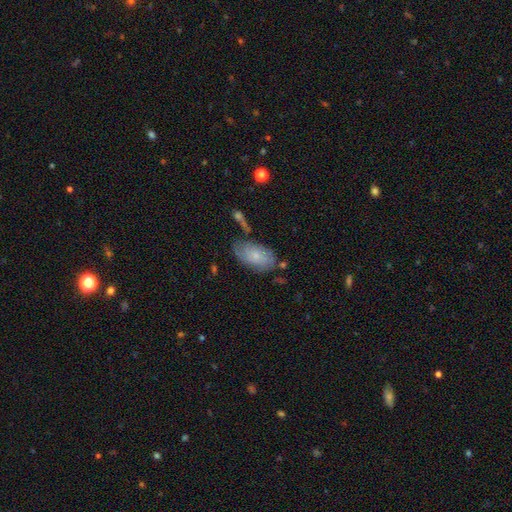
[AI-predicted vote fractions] A smooth galaxy with no disk features (62%) that is in between round and cigar-shaped (93%).

Vote fractions:
- Smooth or featured? smooth: 62% / featured or disk: 31% / star or artifact: 7%
- How rounded? in between: 93% / round: 4% / cigar-shaped: 3%
- Merging? none: 57% / minor disturbance: 26% / major disturbance: 10% / merger: 8%